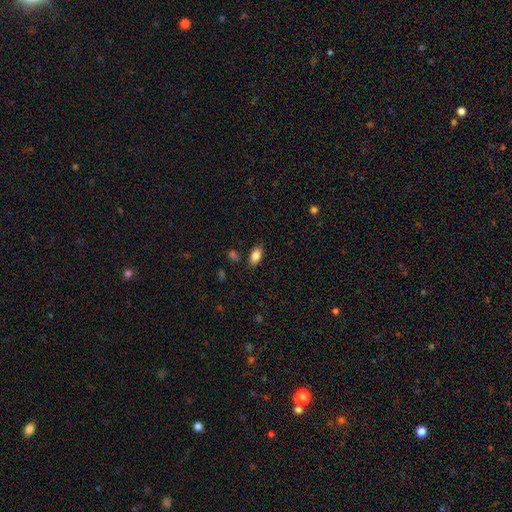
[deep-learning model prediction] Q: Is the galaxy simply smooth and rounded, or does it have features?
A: smooth — 84%.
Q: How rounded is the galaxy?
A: in between — 90%.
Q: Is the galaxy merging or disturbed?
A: none — 83%.